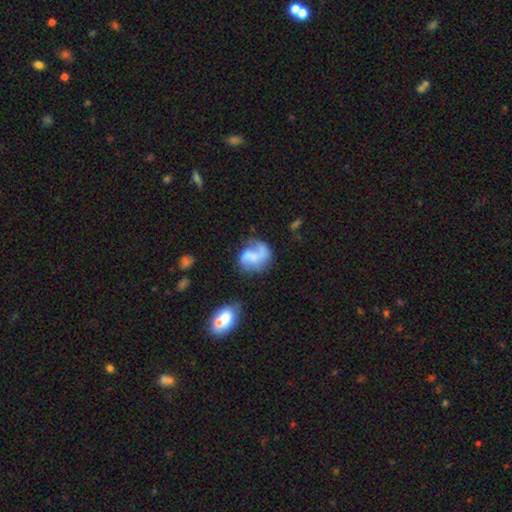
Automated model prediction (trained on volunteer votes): Smooth or featured? Predicted: featured or disk (p=0.56). Edge-on disk? Predicted: no (p=0.98). Bar? Predicted: no (p=0.56). Spiral arms? Predicted: yes (p=0.75). Bulge size? Predicted: none (p=0.55). Merging? Predicted: none (p=0.41).